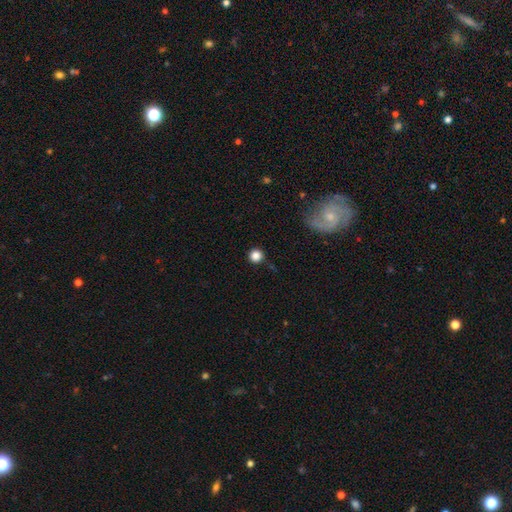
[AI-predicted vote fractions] Morphology: type=smooth (84%); roundness=round (95%); merging=none (89%).